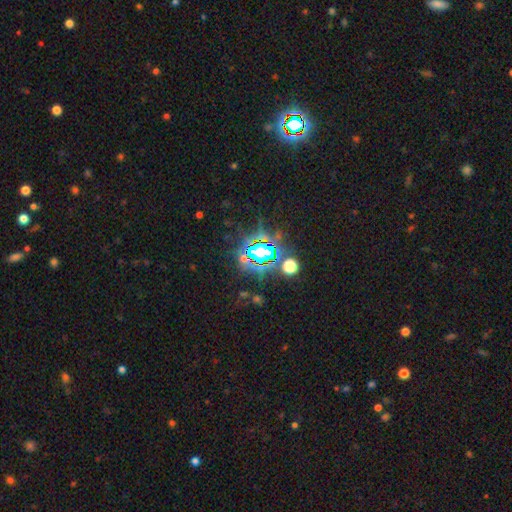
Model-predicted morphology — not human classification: This appears to be a star or artifact, not a galaxy (78%).